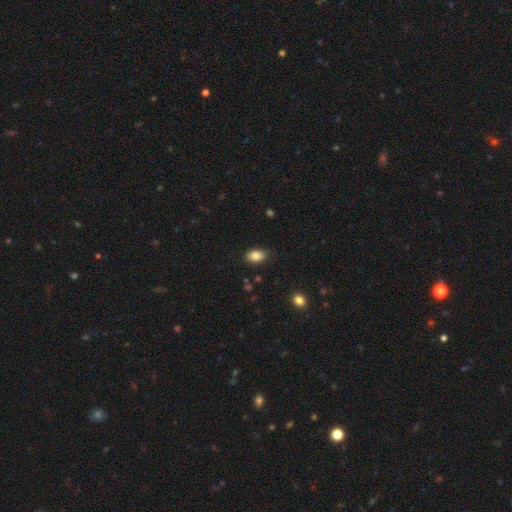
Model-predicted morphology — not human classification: This is clearly a smooth galaxy (85%). How rounded: clearly in between (86%). Merging: clearly none (81%).